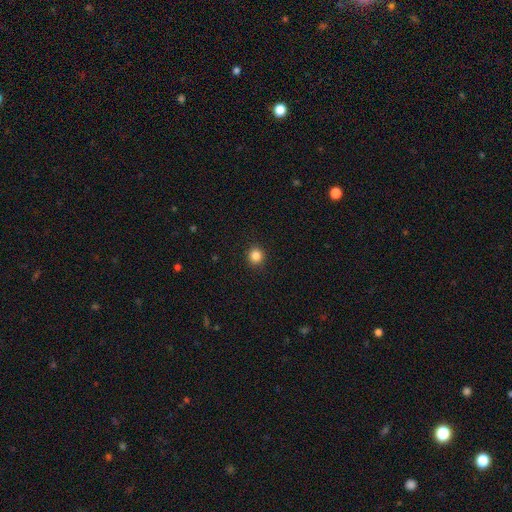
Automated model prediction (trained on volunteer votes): The model was most divided on "smooth or featured": smooth: 85%, star or artifact: 11%, featured or disk: 3%. More confident: how rounded — round (93%); merging — none (92%).